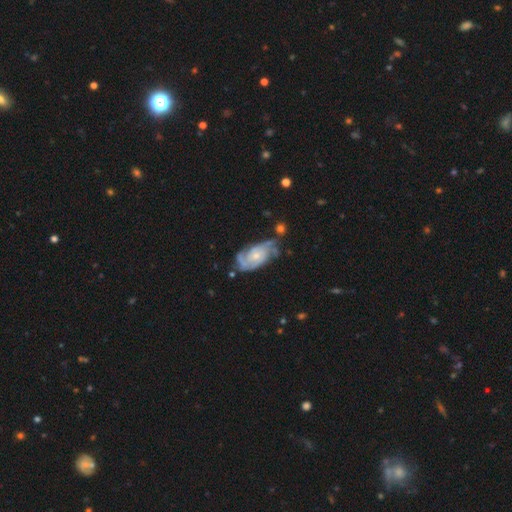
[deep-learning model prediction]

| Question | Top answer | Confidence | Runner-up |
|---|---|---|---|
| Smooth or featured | featured or disk | 86% | smooth (9%) |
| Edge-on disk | no | 97% | yes (3%) |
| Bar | no | 68% | weak (27%) |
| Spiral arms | yes | 97% | no (3%) |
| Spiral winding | tight | 53% | medium (38%) |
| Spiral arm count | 2 | 44% | 3 (26%) |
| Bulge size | small | 60% | moderate (34%) |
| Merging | none | 58% | minor disturbance (25%) |